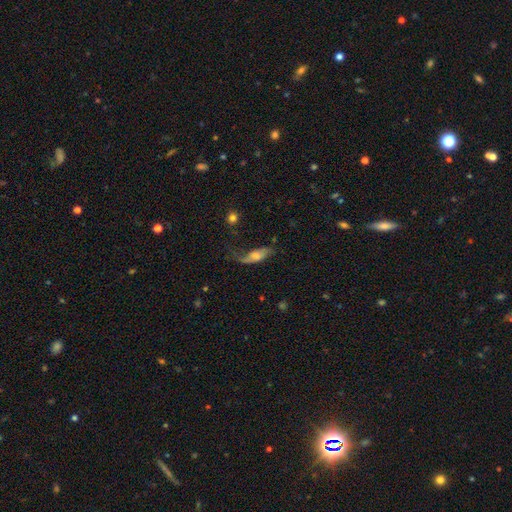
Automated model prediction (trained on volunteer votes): Smooth or featured? Predicted: featured or disk (p=0.48). Merging? Predicted: none (p=0.42).